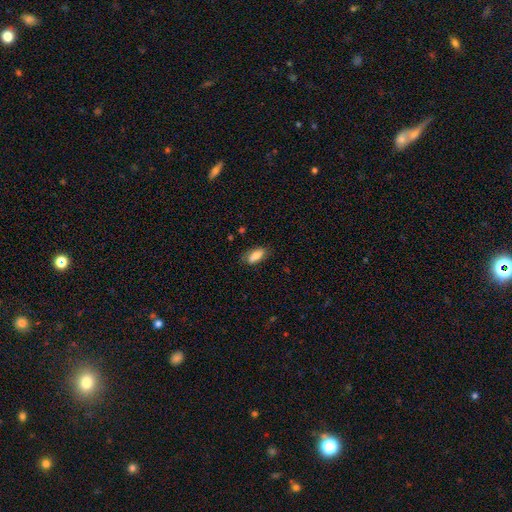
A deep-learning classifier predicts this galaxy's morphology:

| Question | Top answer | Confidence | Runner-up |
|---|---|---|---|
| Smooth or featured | smooth | 77% | featured or disk (16%) |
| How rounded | in between | 81% | cigar-shaped (16%) |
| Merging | none | 77% | minor disturbance (18%) |